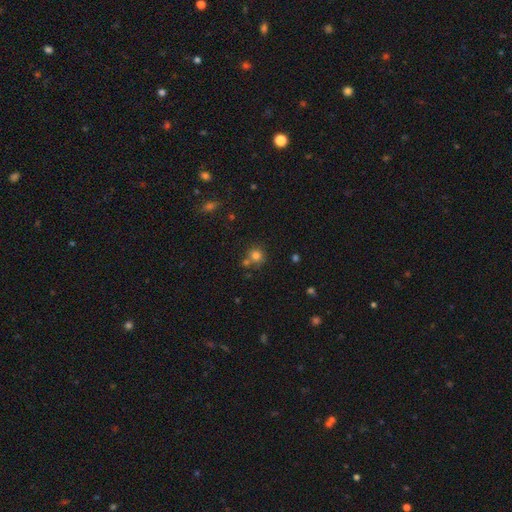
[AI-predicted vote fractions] Smooth or featured: smooth — 78% (star or artifact — 14%)
How rounded: round — 87% (in between — 12%)
Merging: none — 64% (merger — 22%)